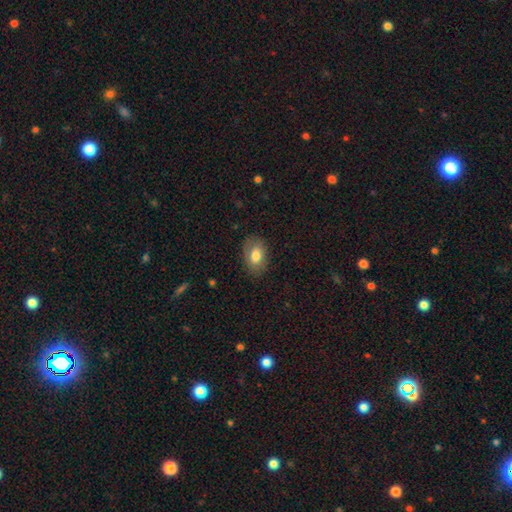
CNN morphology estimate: This is likely a smooth galaxy (75%). How rounded: clearly in between (86%). Merging: clearly none (81%).